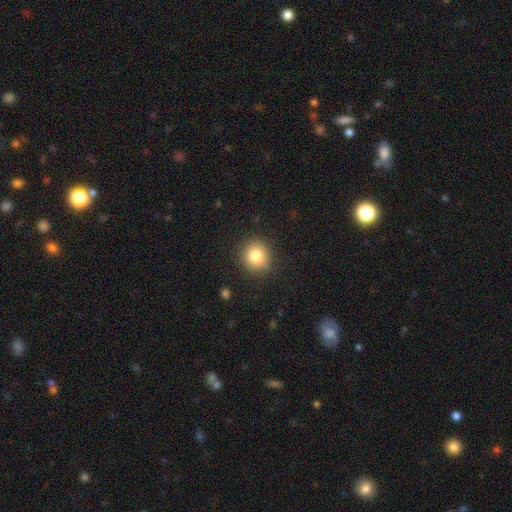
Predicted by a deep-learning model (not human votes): Smooth or featured: smooth — 80% (star or artifact — 11%)
How rounded: round — 87% (in between — 12%)
Merging: none — 87% (minor disturbance — 10%)